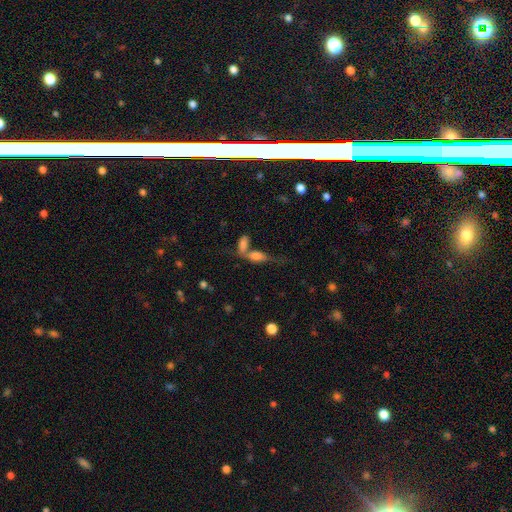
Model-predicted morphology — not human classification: Q: Smooth or featured?
A: smooth (60%); runner-up: featured or disk (26%)
Q: How rounded?
A: in between (67%); runner-up: cigar-shaped (26%)
Q: Merging?
A: merger (53%); runner-up: none (28%)